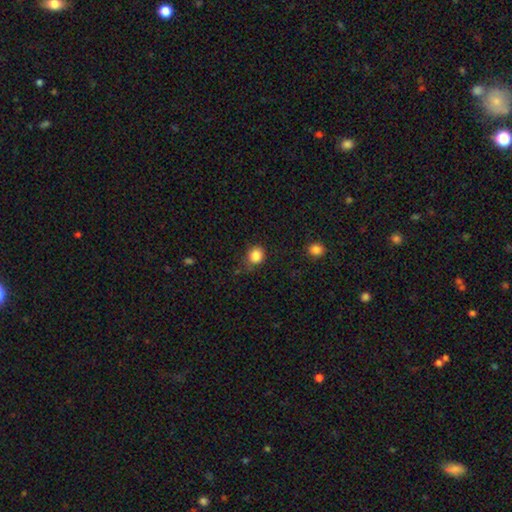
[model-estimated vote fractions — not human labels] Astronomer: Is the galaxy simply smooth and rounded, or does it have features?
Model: smooth — 86%.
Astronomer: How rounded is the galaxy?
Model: round — 76%.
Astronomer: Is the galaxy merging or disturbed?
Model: none — 72%.